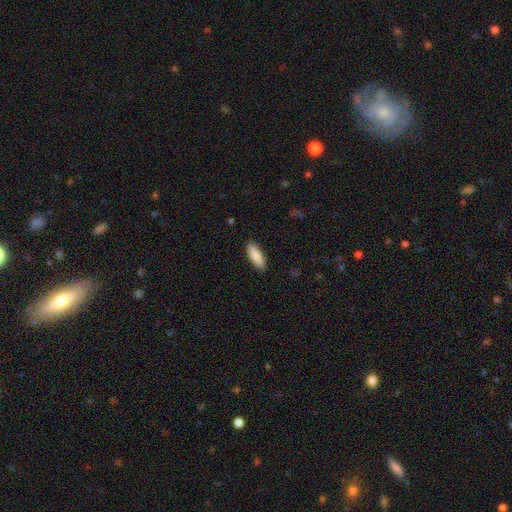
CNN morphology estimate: Overall: smooth (88%). How rounded: in between (61%; cigar-shaped 38%). Merging: none (89%).